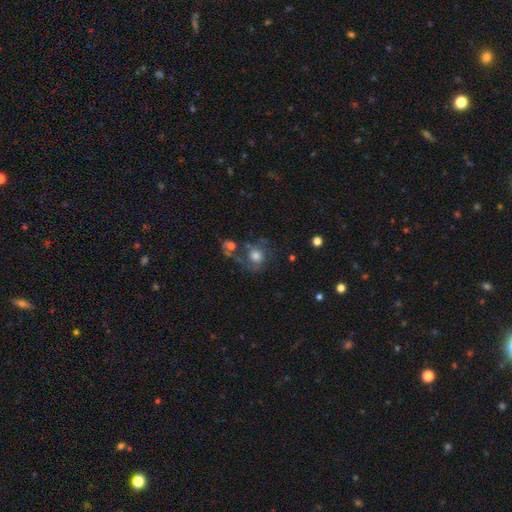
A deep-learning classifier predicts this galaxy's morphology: This is marginally a featured or disk galaxy (45%). Merging: marginally none (36%).